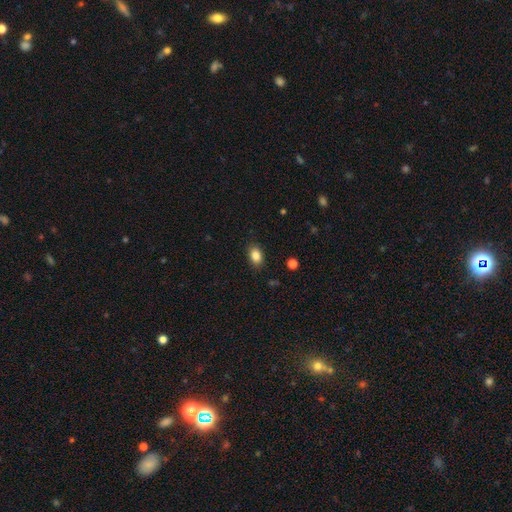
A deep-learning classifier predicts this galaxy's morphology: Smooth or featured? Predicted: smooth (p=0.85). How rounded? Predicted: in between (p=0.76). Merging? Predicted: none (p=0.87).